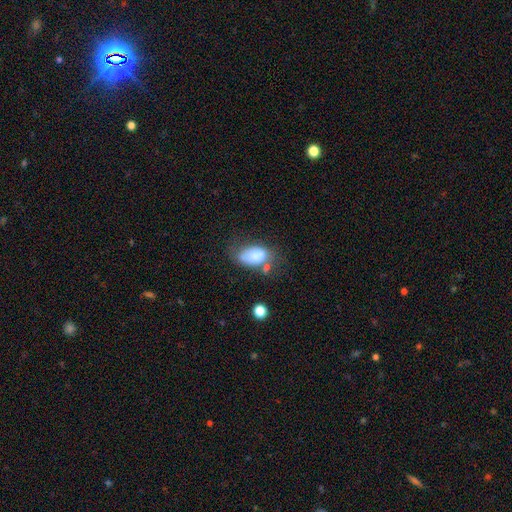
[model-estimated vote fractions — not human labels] This is likely a smooth galaxy (74%). How rounded: clearly in between (91%). Merging: marginally none (37%).